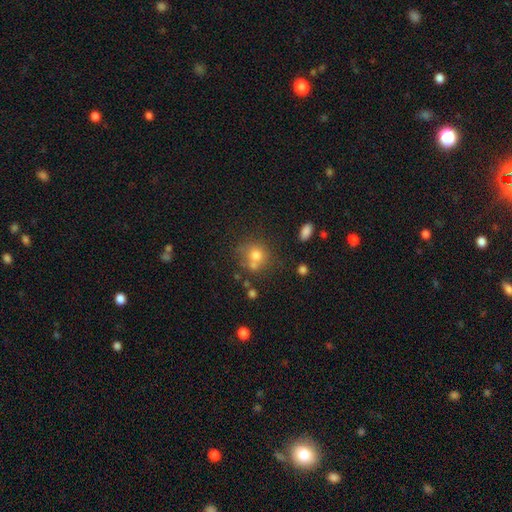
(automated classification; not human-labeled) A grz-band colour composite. It shows a smooth galaxy with no disk features (71%) that is round (80%). Merging: none (53%).